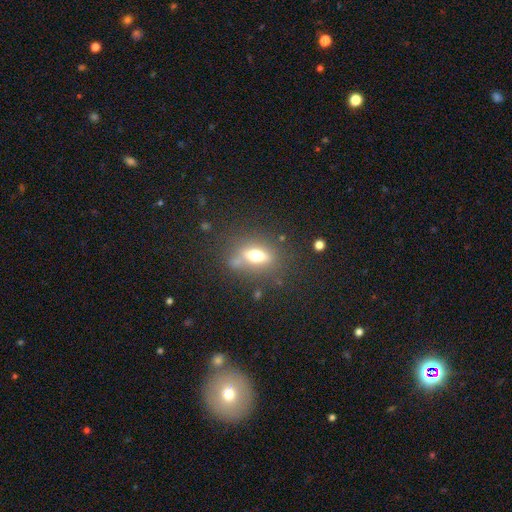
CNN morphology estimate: Smooth or featured: smooth — 54% (featured or disk — 34%)
How rounded: in between — 66% (cigar-shaped — 20%)
Merging: none — 70% (minor disturbance — 15%)